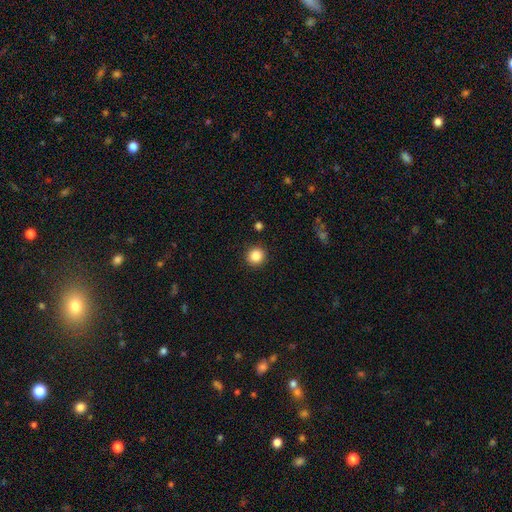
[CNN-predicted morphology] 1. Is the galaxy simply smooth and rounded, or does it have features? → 86% smooth, 10% star or artifact, 4% featured or disk.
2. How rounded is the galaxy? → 92% round, 7% in between, 1% cigar-shaped.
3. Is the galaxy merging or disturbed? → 91% none, 5% minor disturbance, 2% major disturbance, 1% merger.